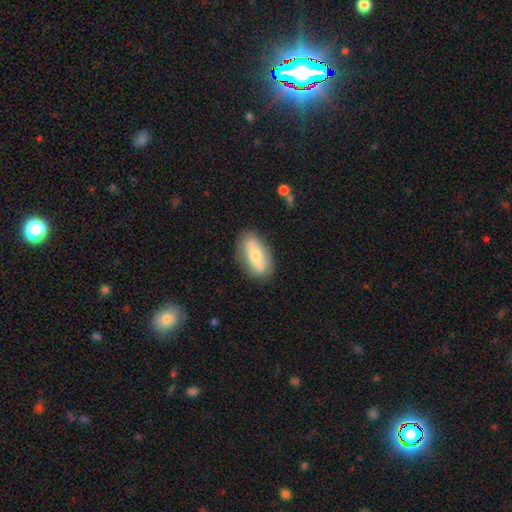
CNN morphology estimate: This appears to be a smooth galaxy with no disk features (64%) that is in between round and cigar-shaped (84%). Merging: none (80%).